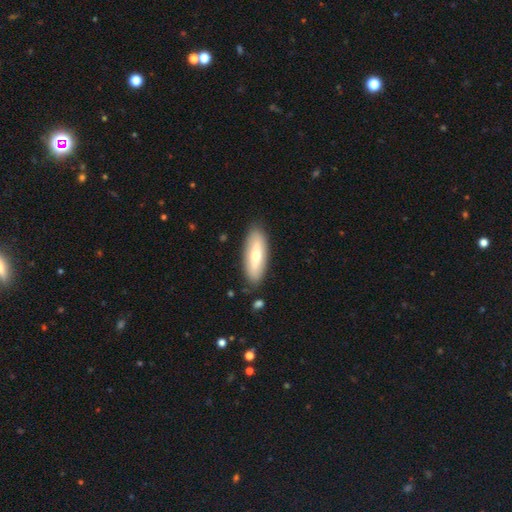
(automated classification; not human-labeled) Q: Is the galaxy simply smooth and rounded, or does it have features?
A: smooth — 60%.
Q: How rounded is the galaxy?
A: in between — 69%.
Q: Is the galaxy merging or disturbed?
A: none — 85%.